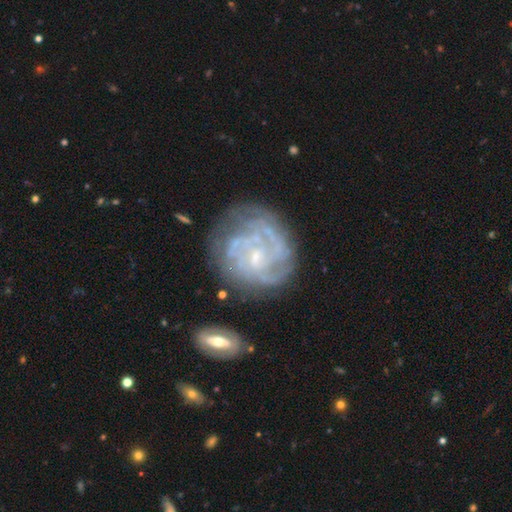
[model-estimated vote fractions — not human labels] smooth_or_featured: featured or disk (p=0.83) [alt: smooth p=0.10]
disk_edge_on: no (p=0.98) [alt: yes p=0.02]
bar: no (p=0.63) [alt: weak p=0.31]
has_spiral_arms: yes (p=0.91) [alt: no p=0.09]
spiral_winding: tight (p=0.67) [alt: medium p=0.26]
spiral_arm_count: can't tell (p=0.39) [alt: 3 p=0.20]
bulge_size: small (p=0.74) [alt: moderate p=0.14]
merging: none (p=0.63) [alt: minor disturbance p=0.21]